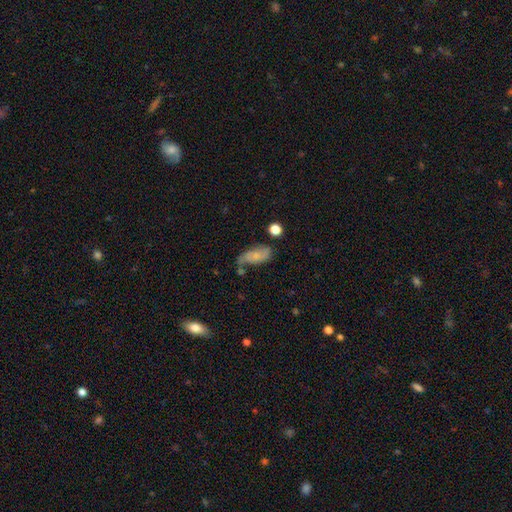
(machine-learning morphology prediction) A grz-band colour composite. It shows a smooth galaxy with no disk features (50%). Merging: none (48%).